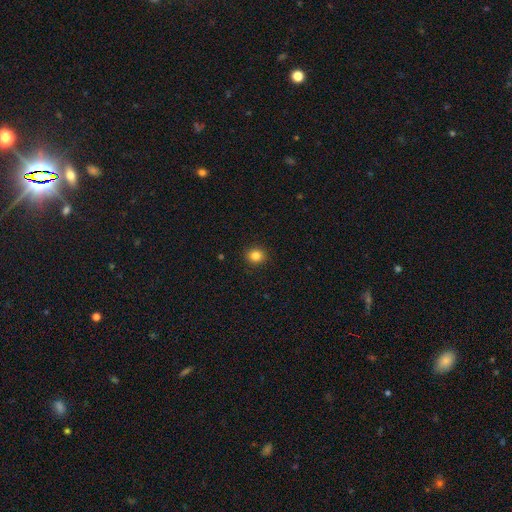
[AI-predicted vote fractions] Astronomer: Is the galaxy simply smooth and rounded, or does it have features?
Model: smooth — 83%.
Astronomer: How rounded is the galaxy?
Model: round — 79%.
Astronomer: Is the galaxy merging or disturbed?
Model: none — 91%.